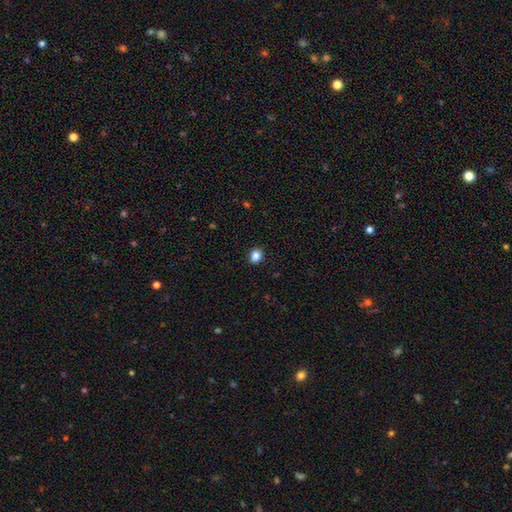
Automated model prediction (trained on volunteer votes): Morphology: type=smooth (85%); roundness=round (59%); merging=none (87%).